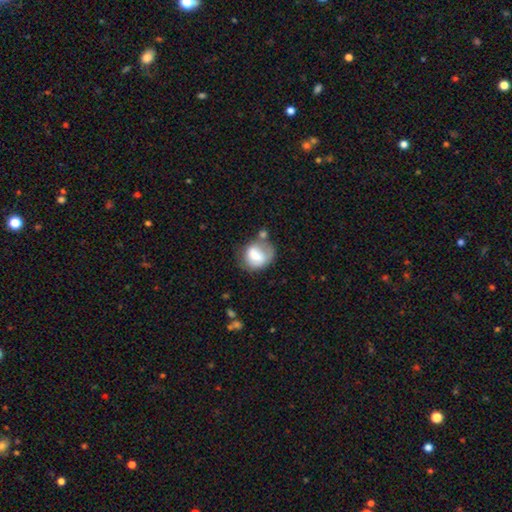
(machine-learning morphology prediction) Overall: smooth (62%; featured or disk 30%). How rounded: round (59%; in between 40%). Merging: none (41%; minor disturbance 27%).